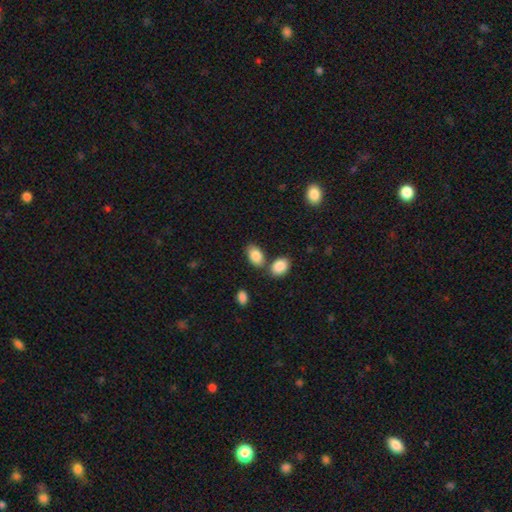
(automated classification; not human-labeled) Smooth or featured: smooth — 86% (star or artifact — 7%)
How rounded: in between — 91% (round — 8%)
Merging: none — 66% (merger — 19%)